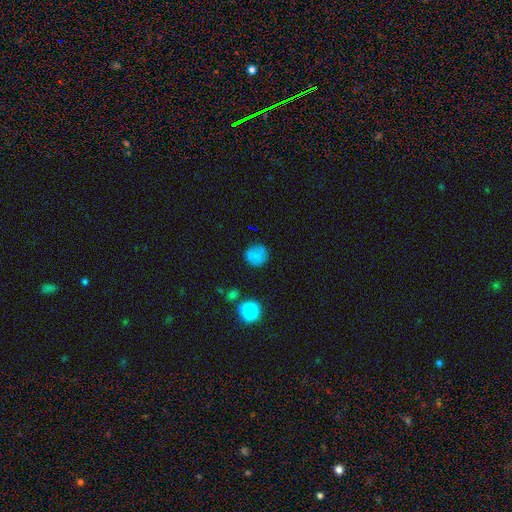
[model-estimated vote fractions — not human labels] This is likely a smooth galaxy (75%). How rounded: clearly round (87%). Merging: likely none (78%).